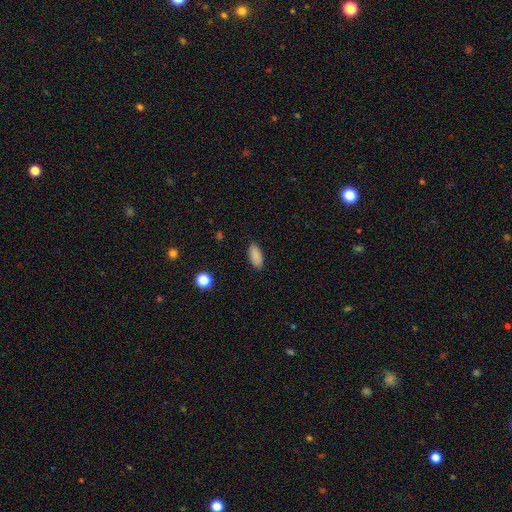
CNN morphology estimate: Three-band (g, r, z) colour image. It shows a smooth galaxy with no disk features (87%) that is in between round and cigar-shaped (89%). Merging: none (88%).